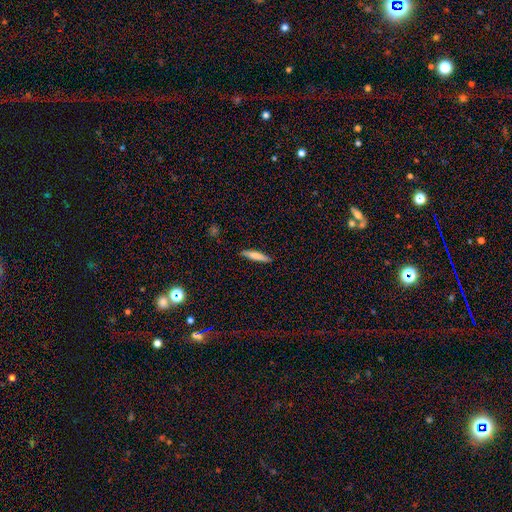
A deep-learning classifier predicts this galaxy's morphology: A smooth galaxy with no disk features (75%) that is cigar-shaped (86%). Merging: none (87%).